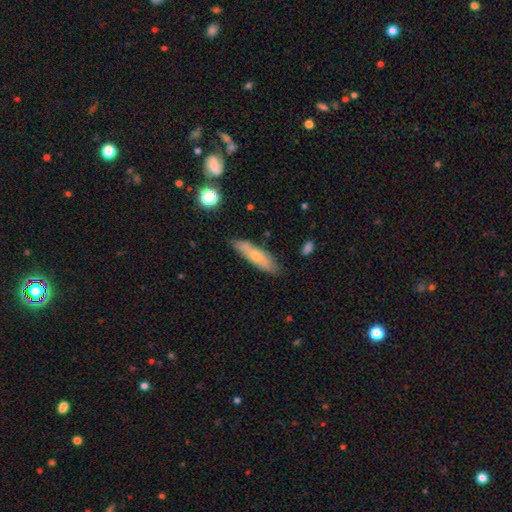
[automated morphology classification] Q: Smooth or featured?
A: smooth (63%); runner-up: featured or disk (30%)
Q: How rounded?
A: cigar-shaped (70%); runner-up: in between (28%)
Q: Merging?
A: none (79%); runner-up: minor disturbance (16%)